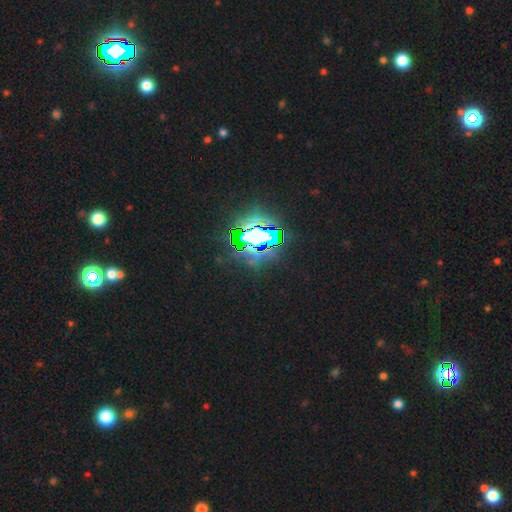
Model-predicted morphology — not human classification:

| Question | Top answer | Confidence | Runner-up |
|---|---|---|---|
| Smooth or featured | star or artifact | 85% | smooth (9%) |